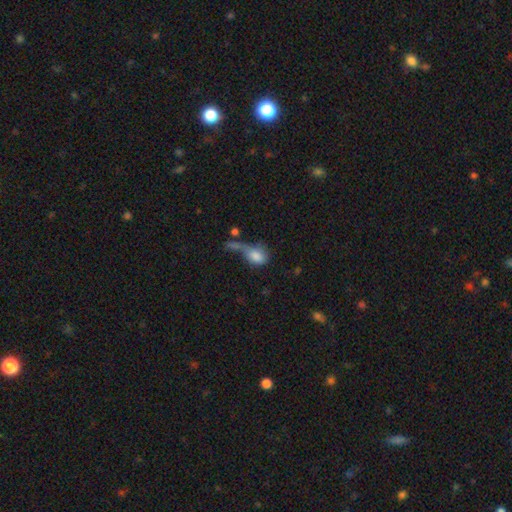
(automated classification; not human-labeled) Overall: smooth (74%). How rounded: in between (71%). Merging: major disturbance (34%; merger 30%).